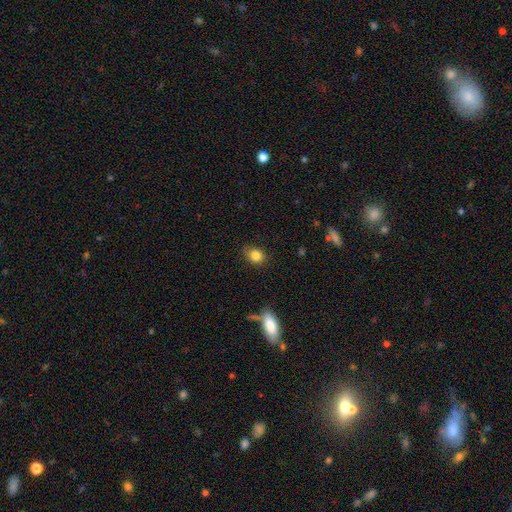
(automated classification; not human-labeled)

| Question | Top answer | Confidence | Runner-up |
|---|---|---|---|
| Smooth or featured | smooth | 84% | star or artifact (10%) |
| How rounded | in between | 50% | round (48%) |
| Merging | none | 77% | minor disturbance (18%) |